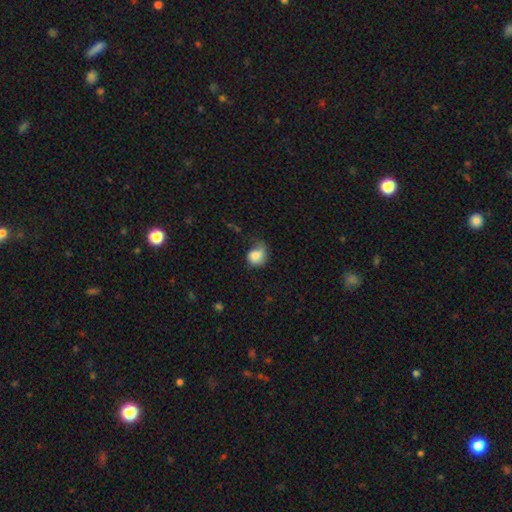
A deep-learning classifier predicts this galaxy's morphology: Q: Smooth or featured?
A: smooth (76%); runner-up: featured or disk (16%)
Q: How rounded?
A: round (56%); runner-up: in between (43%)
Q: Merging?
A: minor disturbance (34%); runner-up: none (31%)